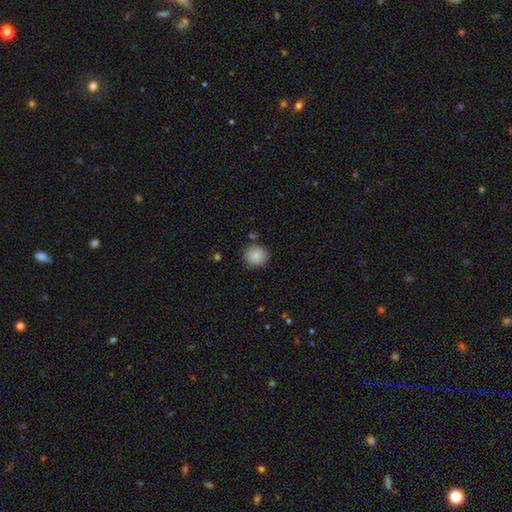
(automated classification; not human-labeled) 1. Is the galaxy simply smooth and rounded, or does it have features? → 87% smooth, 8% star or artifact, 5% featured or disk.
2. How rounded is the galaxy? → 90% round, 9% in between, 1% cigar-shaped.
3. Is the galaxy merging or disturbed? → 86% none, 9% minor disturbance, 3% merger, 2% major disturbance.